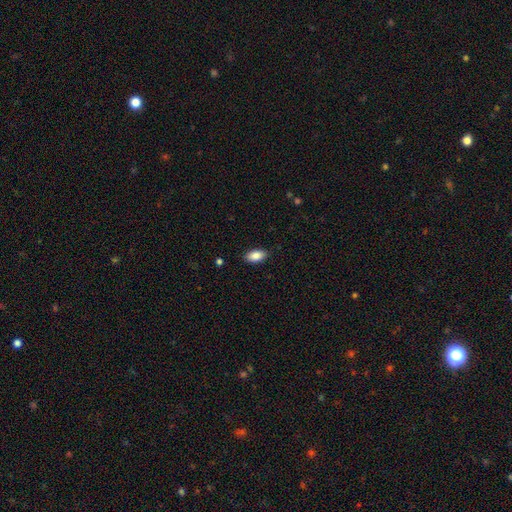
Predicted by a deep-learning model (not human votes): Smooth or featured?
  - smooth: 88% *
  - star or artifact: 7%
  - featured or disk: 5%
How rounded?
  - in between: 93% *
  - round: 4%
  - cigar-shaped: 3%
Merging?
  - none: 88% *
  - minor disturbance: 9%
  - major disturbance: 2%
  - merger: 1%